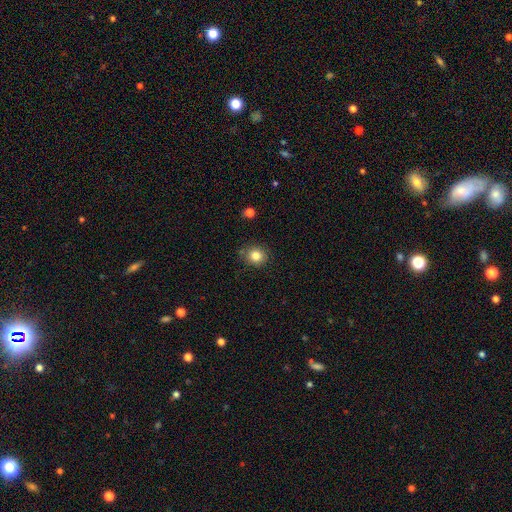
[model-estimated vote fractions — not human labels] Smooth or featured? smooth (83%)
How rounded? round (81%)
Merging? none (83%)